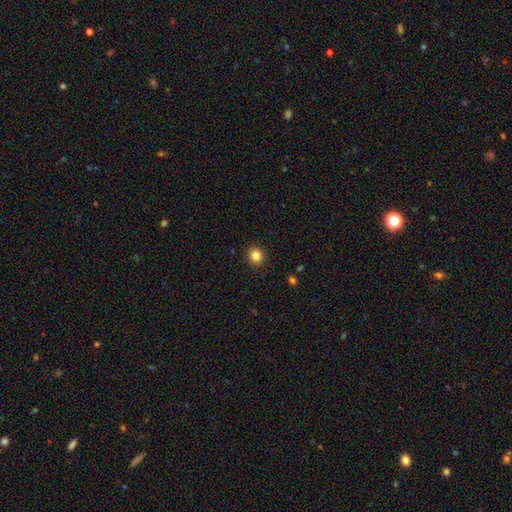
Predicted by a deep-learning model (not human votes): smooth-or-featured: smooth: 84% | star or artifact: 11% | featured or disk: 5%
  how-rounded: round: 81% | in between: 18% | cigar-shaped: 1%
  merging: none: 91% | minor disturbance: 6% | major disturbance: 2% | merger: 1%